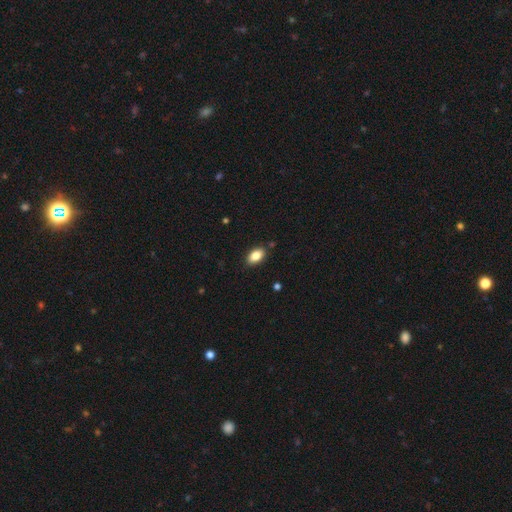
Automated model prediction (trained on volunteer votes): This is clearly a smooth galaxy (85%). How rounded: clearly in between (90%). Merging: clearly none (86%).